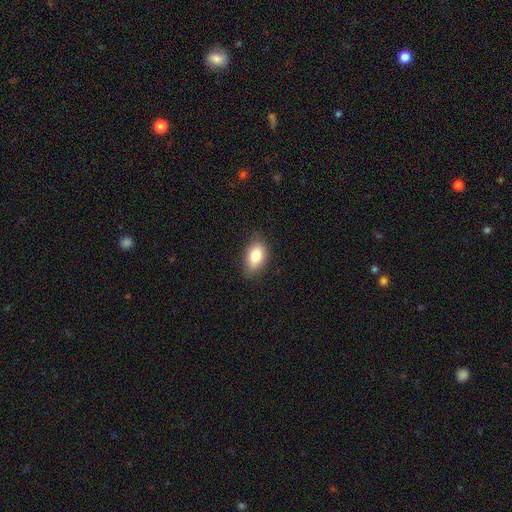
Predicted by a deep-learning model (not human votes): Smooth or featured? smooth (80%)
How rounded? in between (87%)
Merging? none (80%)